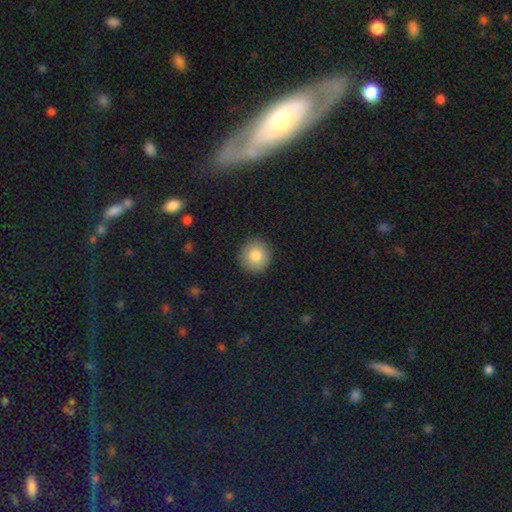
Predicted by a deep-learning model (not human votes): smooth 83%, star or artifact 9%, featured or disk 9%. Down the decision tree: how rounded — round (94%); merging — none (91%).